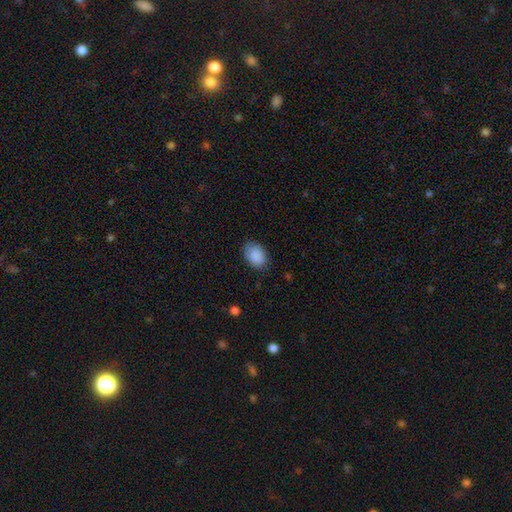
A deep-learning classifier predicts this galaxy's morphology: Smooth or featured: smooth — 89% (star or artifact — 7%)
How rounded: in between — 75% (round — 24%)
Merging: none — 80% (minor disturbance — 16%)